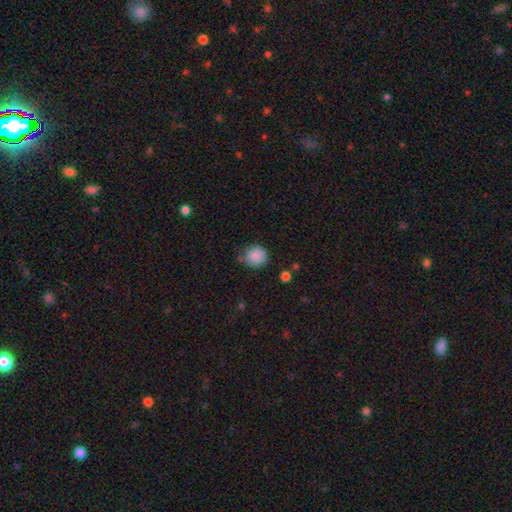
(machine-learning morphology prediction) Smooth or featured? Predicted: smooth (p=0.87). How rounded? Predicted: round (p=0.84). Merging? Predicted: none (p=0.67).